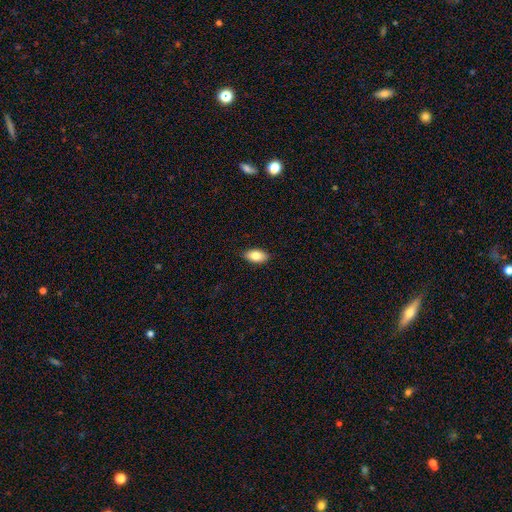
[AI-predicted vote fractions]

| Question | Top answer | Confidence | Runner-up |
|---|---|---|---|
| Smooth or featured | smooth | 84% | featured or disk (9%) |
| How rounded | in between | 93% | round (4%) |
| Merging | none | 89% | minor disturbance (9%) |